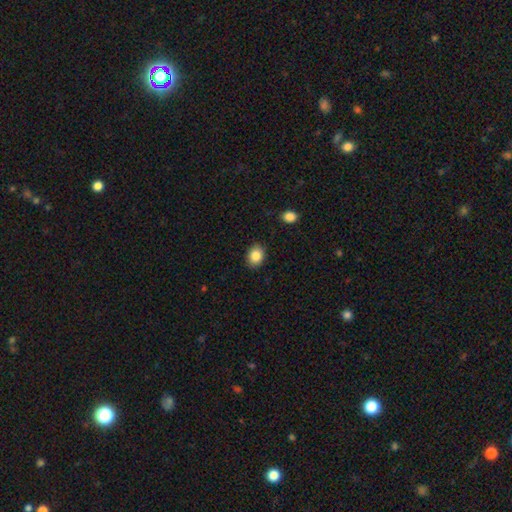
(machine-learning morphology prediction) This appears to be a smooth galaxy with no disk features (85%) that is in between round and cigar-shaped (54%). Merging: none (88%).